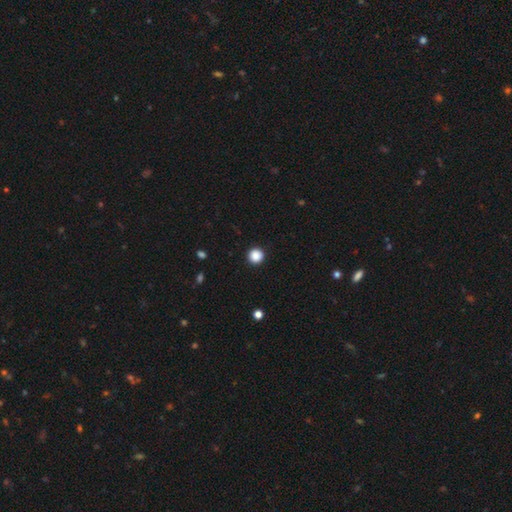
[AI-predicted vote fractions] smooth-or-featured: smooth: 87% | star or artifact: 10% | featured or disk: 3%
  how-rounded: round: 95% | in between: 4% | cigar-shaped: 1%
  merging: none: 93% | minor disturbance: 5% | major disturbance: 2% | merger: 1%